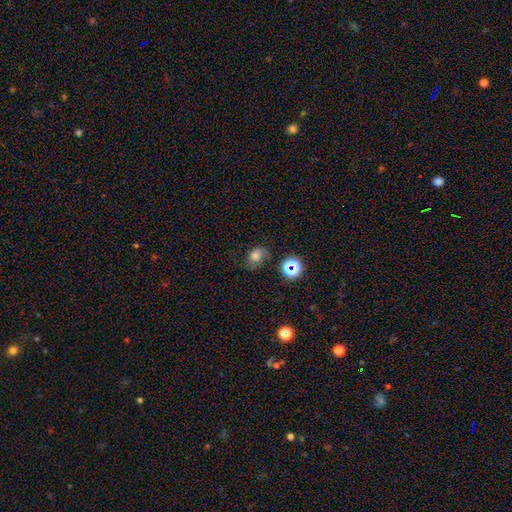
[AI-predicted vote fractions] smooth 71%, star or artifact 18%, featured or disk 11%. Down the decision tree: how rounded — in between (60%); merging — none (58%).